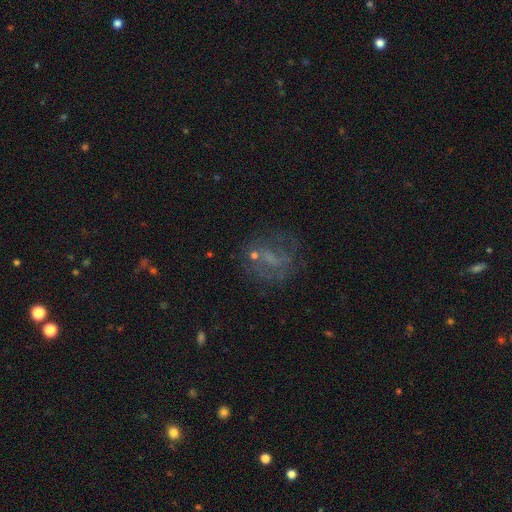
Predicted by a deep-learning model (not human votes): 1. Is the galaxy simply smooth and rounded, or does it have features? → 46% featured or disk, 33% smooth, 20% star or artifact.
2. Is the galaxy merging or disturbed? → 55% none, 22% major disturbance, 18% minor disturbance, 5% merger.